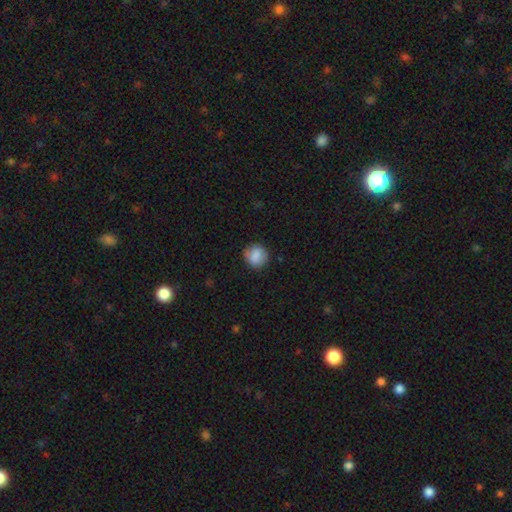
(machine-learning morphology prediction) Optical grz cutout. It shows a smooth galaxy with no disk features (84%) that is round (82%). Merging: none (81%).